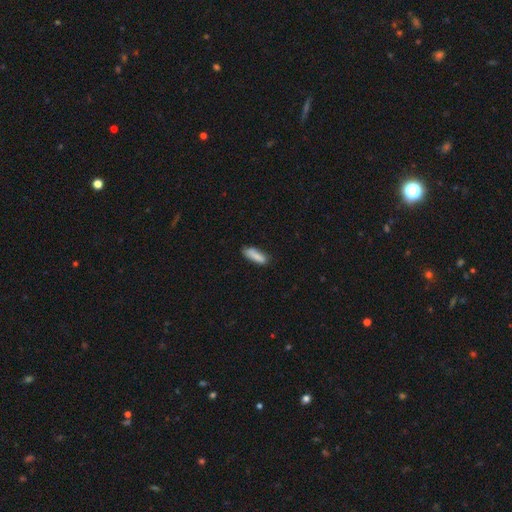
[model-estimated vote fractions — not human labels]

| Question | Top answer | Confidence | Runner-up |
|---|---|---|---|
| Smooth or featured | smooth | 84% | featured or disk (9%) |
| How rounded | cigar-shaped | 56% | in between (42%) |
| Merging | none | 72% | minor disturbance (21%) |